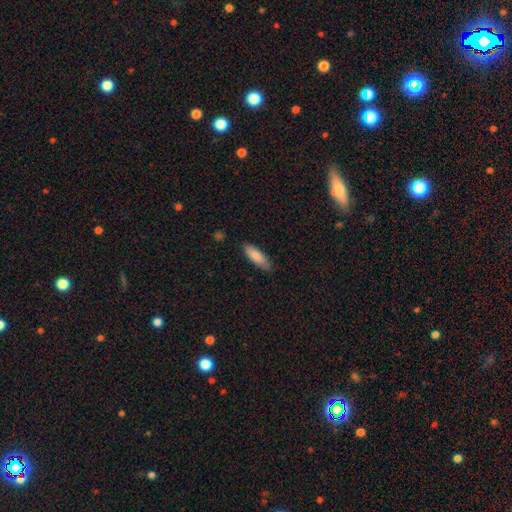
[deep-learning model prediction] Q: Smooth or featured?
A: smooth (85%); runner-up: featured or disk (9%)
Q: How rounded?
A: in between (55%); runner-up: cigar-shaped (44%)
Q: Merging?
A: none (81%); runner-up: minor disturbance (15%)